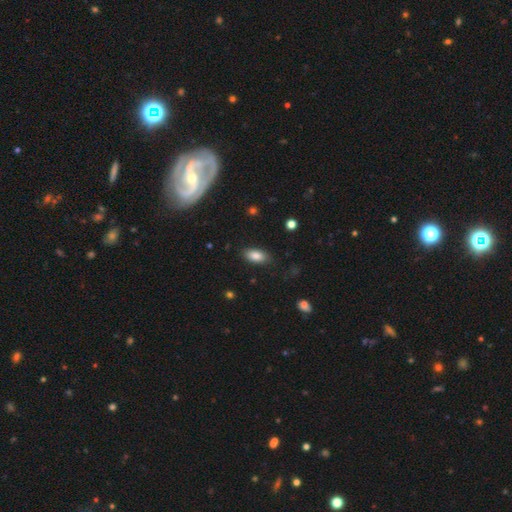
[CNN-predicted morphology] A smooth galaxy with no disk features (84%) that is in between round and cigar-shaped (89%). Merging: none (83%).